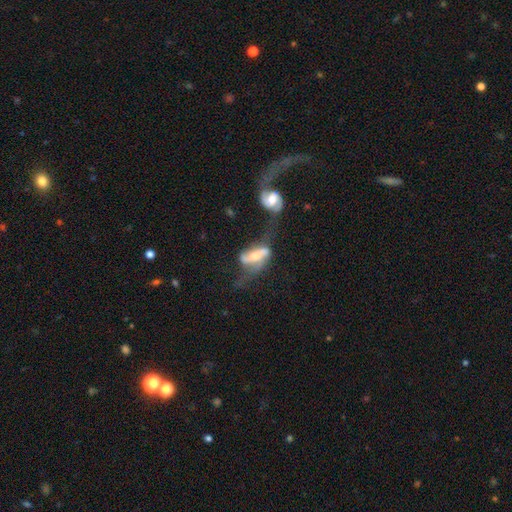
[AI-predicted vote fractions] Overall: featured or disk (76%). Edge-on disk: no (86%). Bar: strong (47%; weak 31%). Spiral arms: yes (84%). Spiral arm count: 2 (84%). Spiral winding: loose (64%; medium 26%). Bulge size: moderate (55%; small 26%). Merging: merger (37%; none 25%).